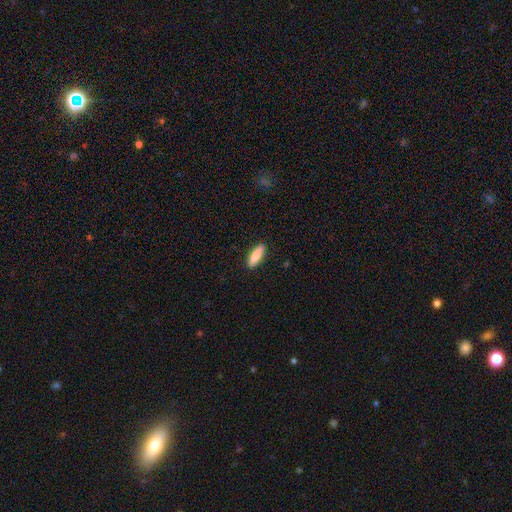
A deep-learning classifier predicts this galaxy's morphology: A smooth galaxy with no disk features (81%) that is cigar-shaped (49%, tied with in between). Merging: none (90%).